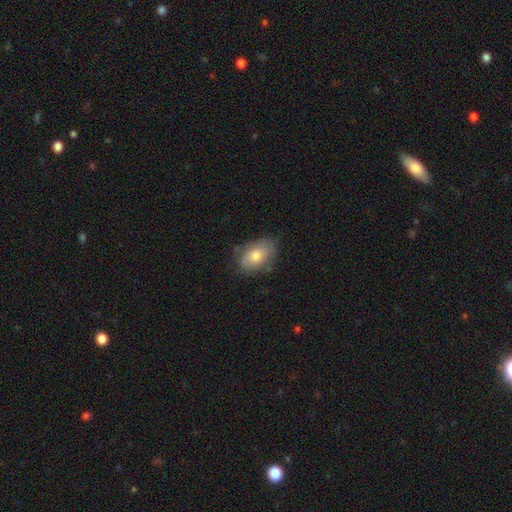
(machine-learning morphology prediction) This appears to be a smooth galaxy with no disk features (74%) that is in between round and cigar-shaped (87%). Merging: none (69%).